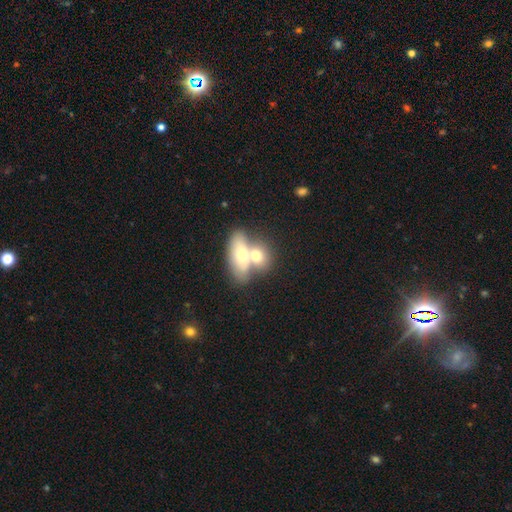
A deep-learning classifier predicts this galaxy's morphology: Smooth or featured: smooth — 60% (featured or disk — 32%)
How rounded: in between — 71% (round — 18%)
Merging: merger — 65% (none — 25%)